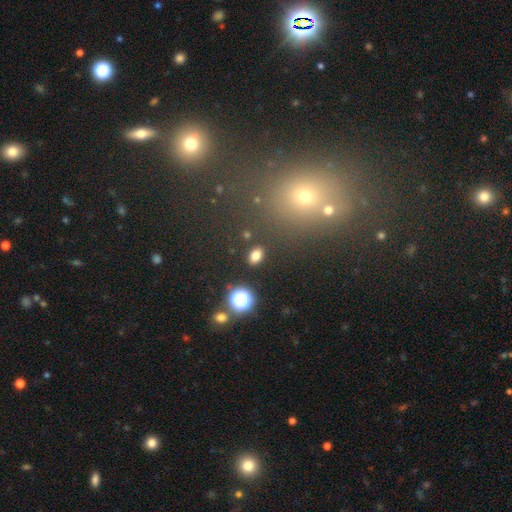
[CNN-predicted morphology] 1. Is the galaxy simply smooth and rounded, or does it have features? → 79% smooth, 15% star or artifact, 7% featured or disk.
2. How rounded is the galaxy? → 78% in between, 20% round, 2% cigar-shaped.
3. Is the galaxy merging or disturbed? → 87% none, 8% minor disturbance, 3% major disturbance, 3% merger.